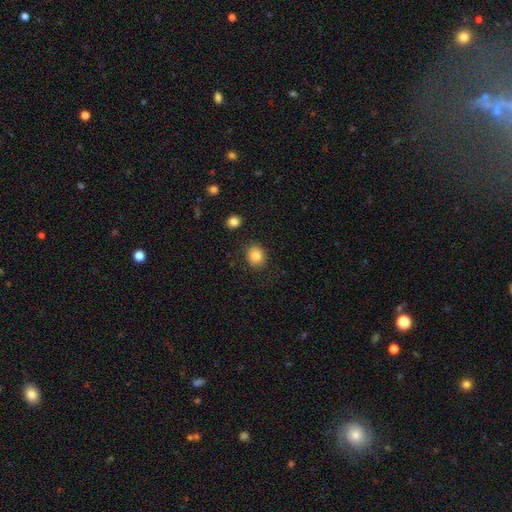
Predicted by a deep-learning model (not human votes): Smooth or featured? Predicted: smooth (p=0.85). How rounded? Predicted: round (p=0.76). Merging? Predicted: none (p=0.87).